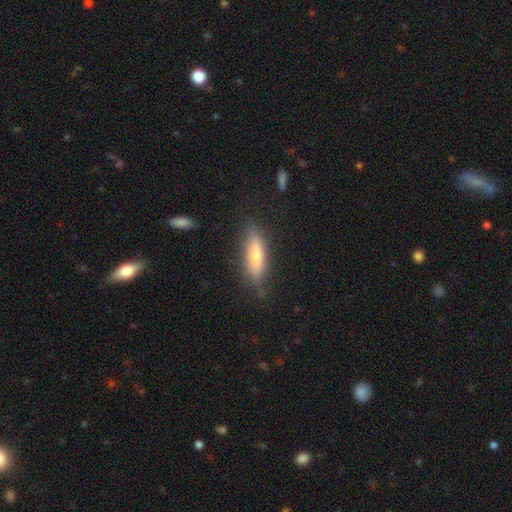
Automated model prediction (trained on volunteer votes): Morphology: type=smooth (62%); roundness=cigar-shaped (69%); merging=none (78%).